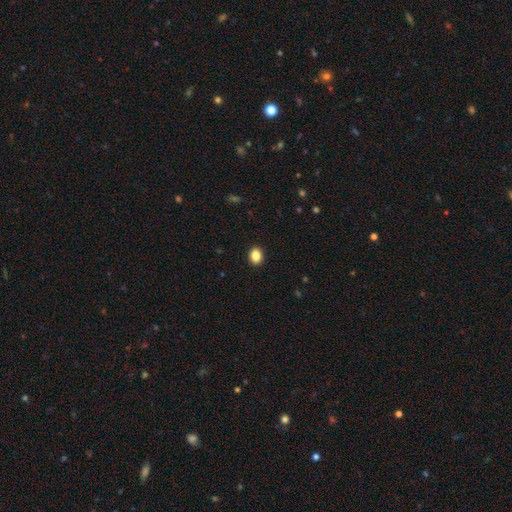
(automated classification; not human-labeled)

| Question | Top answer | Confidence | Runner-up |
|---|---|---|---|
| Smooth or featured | smooth | 86% | star or artifact (9%) |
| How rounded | in between | 60% | round (39%) |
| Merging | none | 92% | minor disturbance (6%) |